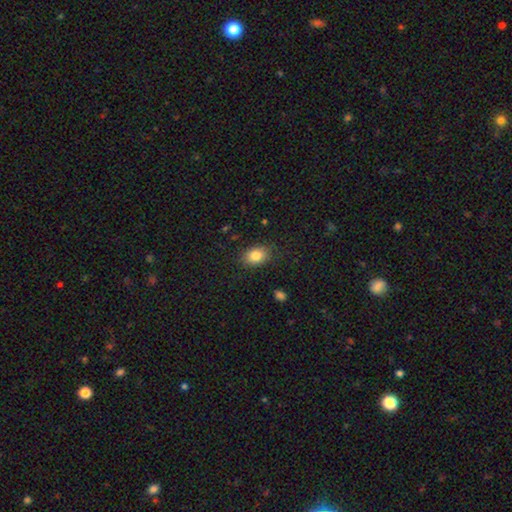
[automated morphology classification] Smooth or featured: smooth — 84% (star or artifact — 9%)
How rounded: in between — 74% (round — 25%)
Merging: none — 83% (minor disturbance — 13%)